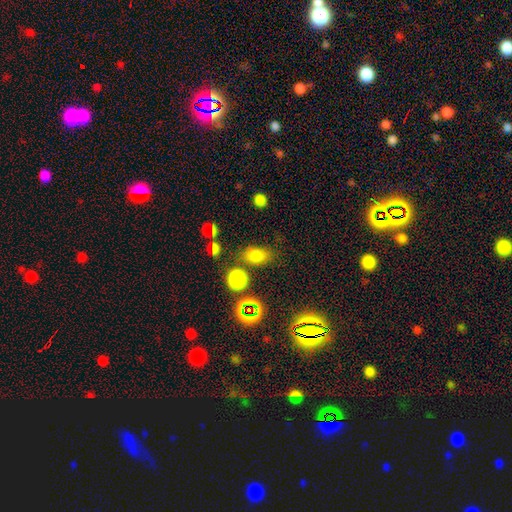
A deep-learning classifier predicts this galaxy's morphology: smooth_or_featured: smooth (p=0.75) [alt: star or artifact p=0.17]
how_rounded: in between (p=0.80) [alt: round p=0.17]
merging: none (p=0.71) [alt: minor disturbance p=0.15]